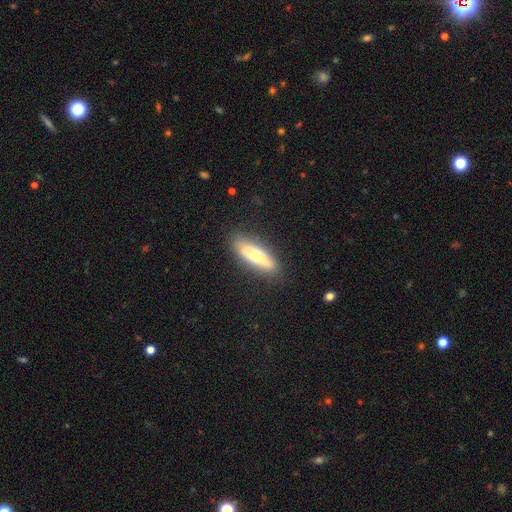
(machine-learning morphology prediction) This is likely a smooth galaxy (64%). How rounded: likely cigar-shaped (66%). Merging: likely none (80%).